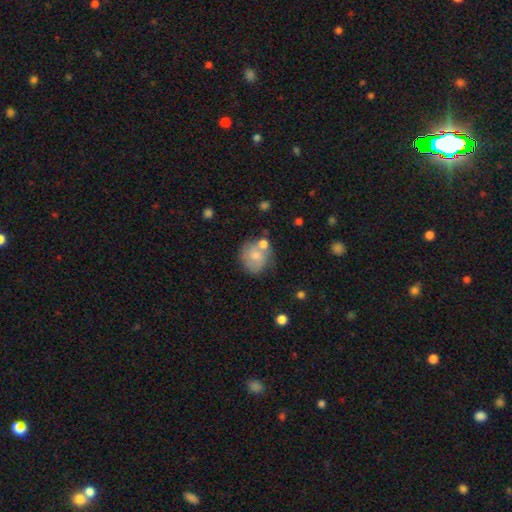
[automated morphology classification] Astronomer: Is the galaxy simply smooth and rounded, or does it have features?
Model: smooth — 64%.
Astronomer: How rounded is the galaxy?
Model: round — 69%.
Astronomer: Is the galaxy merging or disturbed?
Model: none — 48%.